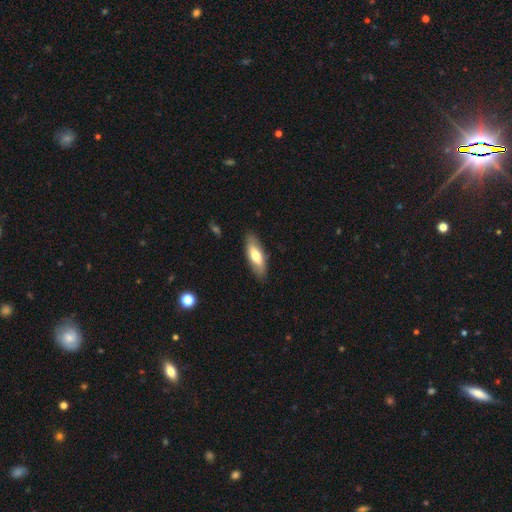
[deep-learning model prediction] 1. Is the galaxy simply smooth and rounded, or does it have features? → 64% smooth, 30% featured or disk, 6% star or artifact.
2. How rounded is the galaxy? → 65% in between, 33% cigar-shaped, 2% round.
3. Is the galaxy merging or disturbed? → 85% none, 11% minor disturbance, 2% major disturbance, 1% merger.